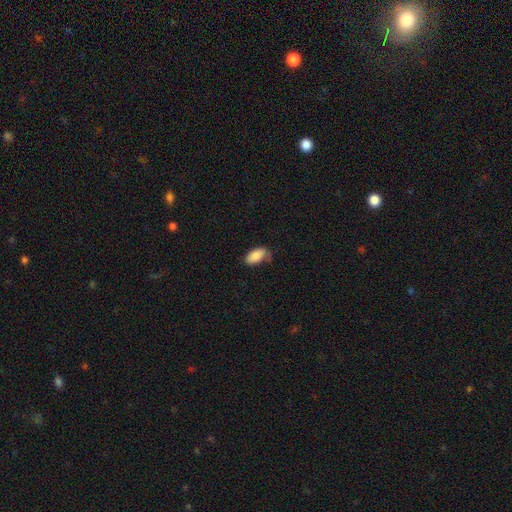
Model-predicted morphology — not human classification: smooth_or_featured: smooth (p=0.86) [alt: featured or disk p=0.07]
how_rounded: in between (p=0.94) [alt: round p=0.03]
merging: none (p=0.57) [alt: minor disturbance p=0.32]